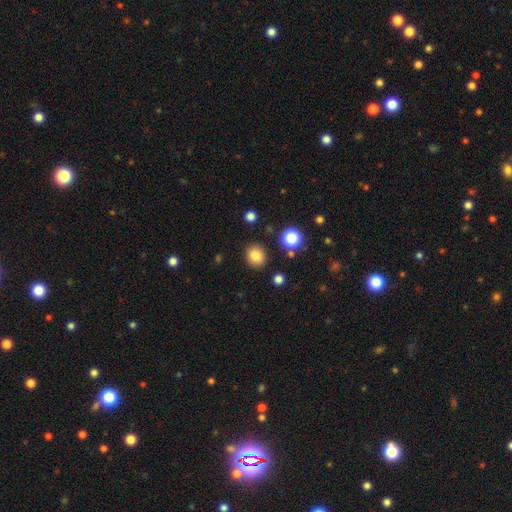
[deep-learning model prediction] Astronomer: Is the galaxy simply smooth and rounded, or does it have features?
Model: smooth — 85%.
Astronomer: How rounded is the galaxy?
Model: round — 69%.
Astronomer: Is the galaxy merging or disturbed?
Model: none — 86%.